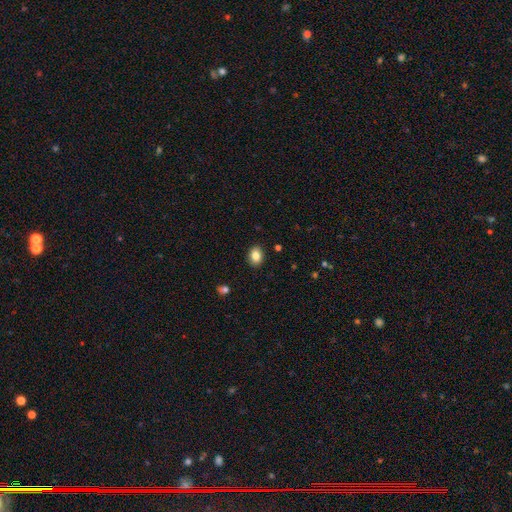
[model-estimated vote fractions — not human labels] Overall: smooth (85%). How rounded: in between (70%). Merging: none (89%).